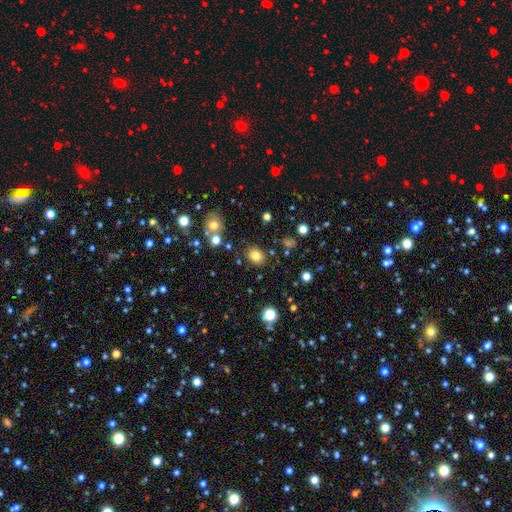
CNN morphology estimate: smooth 80%, star or artifact 13%, featured or disk 7%. Down the decision tree: how rounded — round (57%); merging — none (83%).